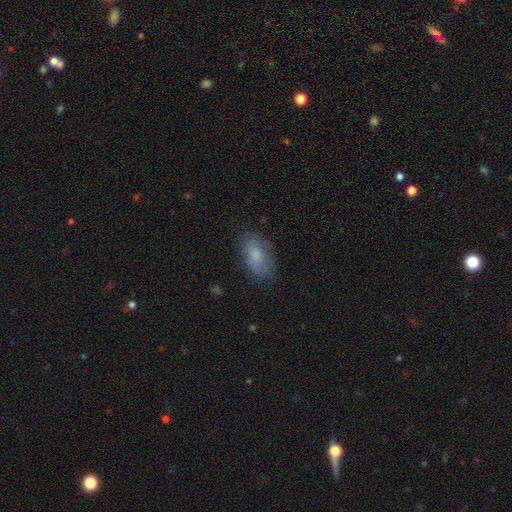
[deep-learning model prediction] Smooth or featured: smooth — 73% (featured or disk — 20%)
How rounded: in between — 90% (cigar-shaped — 5%)
Merging: none — 72% (minor disturbance — 20%)